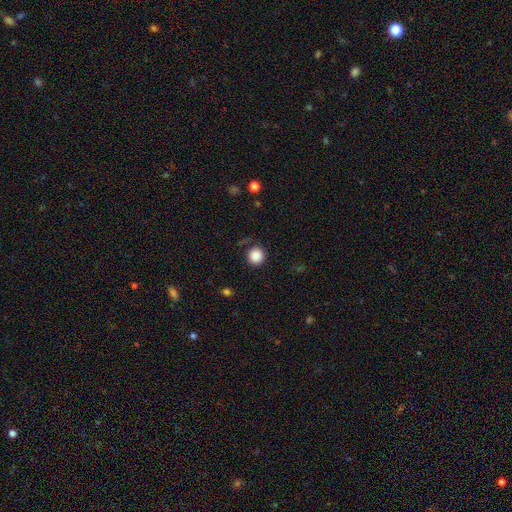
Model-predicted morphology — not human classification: The model was most divided on "merging": none: 85%, minor disturbance: 10%, major disturbance: 4%, merger: 2%. More confident: how rounded — round (93%); smooth or featured — smooth (87%).